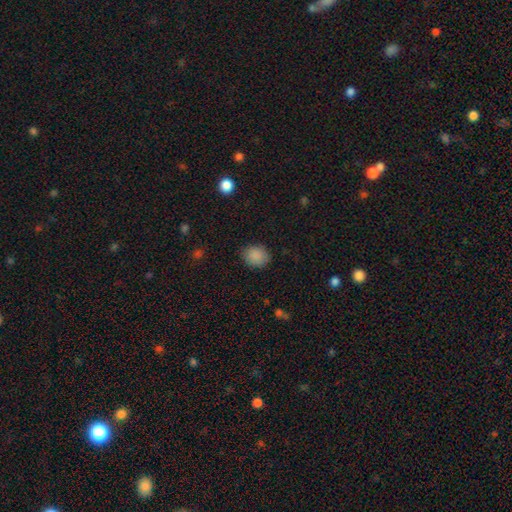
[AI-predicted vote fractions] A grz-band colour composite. It shows a smooth galaxy with no disk features (88%) that is round (63%). Merging: none (85%).